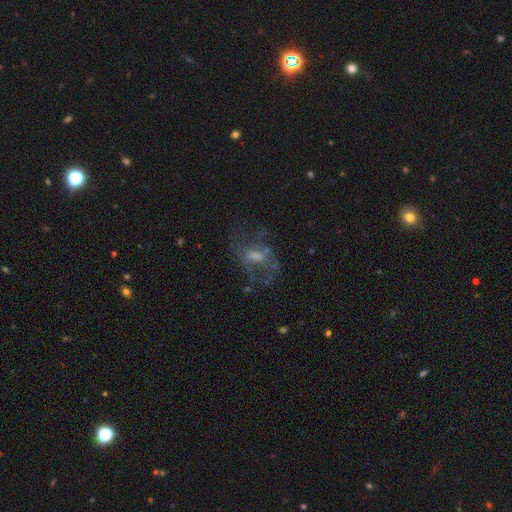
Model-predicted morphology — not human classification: Overall: featured or disk (59%; smooth 24%). Edge-on disk: no (95%). Bar: no (52%; weak 38%). Spiral arms: no (55%; yes 45%). Bulge size: moderate (44%; small 30%). Merging: none (48%; major disturbance 30%).